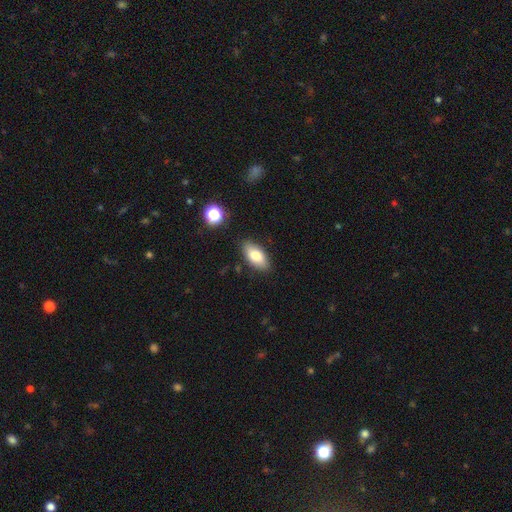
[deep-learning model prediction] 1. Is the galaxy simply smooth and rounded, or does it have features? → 80% smooth, 12% featured or disk, 8% star or artifact.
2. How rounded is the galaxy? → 90% in between, 7% cigar-shaped, 3% round.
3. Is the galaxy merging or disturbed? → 85% none, 11% minor disturbance, 2% major disturbance, 2% merger.